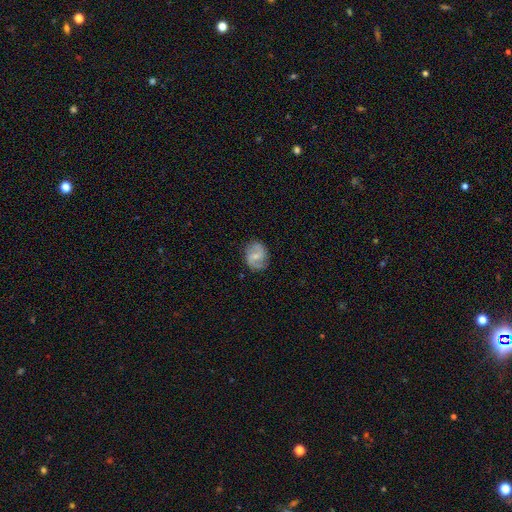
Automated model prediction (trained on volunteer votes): Smooth or featured?
  - featured or disk: 65% *
  - smooth: 28%
  - star or artifact: 7%
Edge-on disk?
  - no: 98% *
  - yes: 2%
Bar?
  - weak: 53% *
  - no: 30%
  - strong: 17%
Spiral arms?
  - yes: 91% *
  - no: 9%
Spiral winding?
  - medium: 47% *
  - loose: 33%
  - tight: 20%
Spiral arm count?
  - 2: 88% *
  - can't tell: 6%
  - 1: 2%
  - 3: 1%
  - 4: 1%
  - more than 4: 1%
Bulge size?
  - small: 53% *
  - moderate: 36%
  - none: 8%
  - large: 2%
  - dominant: 1%
Merging?
  - none: 81% *
  - minor disturbance: 14%
  - major disturbance: 4%
  - merger: 1%